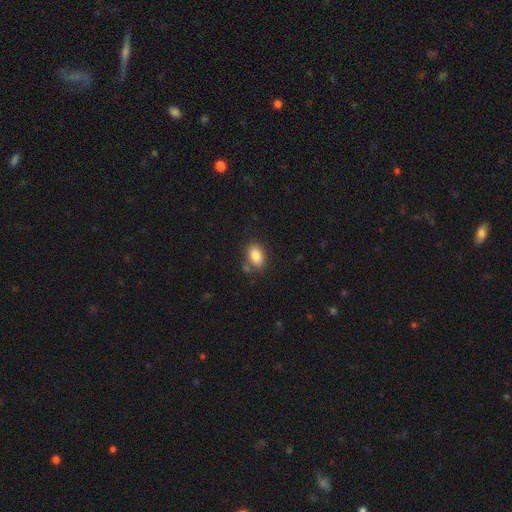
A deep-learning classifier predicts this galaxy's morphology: This appears to be a smooth galaxy with no disk features (85%) that is in between round and cigar-shaped (86%). Merging: none (76%).